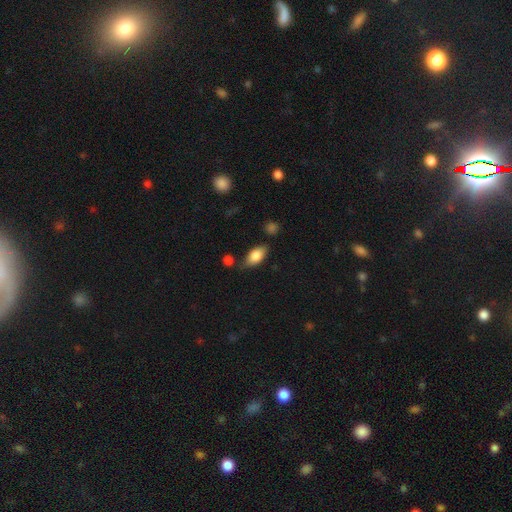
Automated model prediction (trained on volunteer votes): A smooth galaxy with no disk features (79%) that is in between round and cigar-shaped (89%). Merging: none (70%).